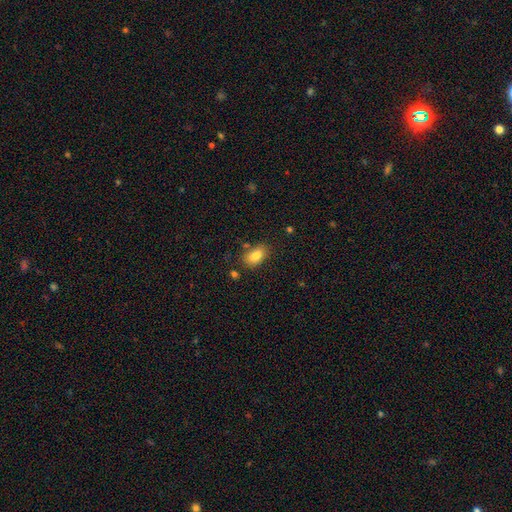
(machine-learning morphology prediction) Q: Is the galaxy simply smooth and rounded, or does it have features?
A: smooth — 84%.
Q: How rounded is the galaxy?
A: in between — 89%.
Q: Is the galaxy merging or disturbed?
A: none — 77%.